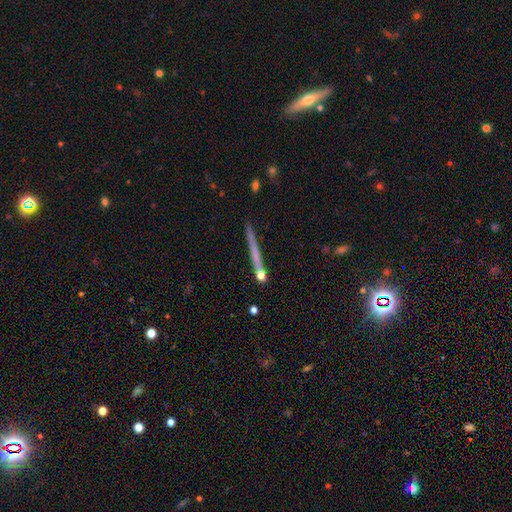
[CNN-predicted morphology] Q: Smooth or featured?
A: featured or disk (49%); runner-up: smooth (41%)
Q: Merging?
A: none (85%); runner-up: minor disturbance (9%)